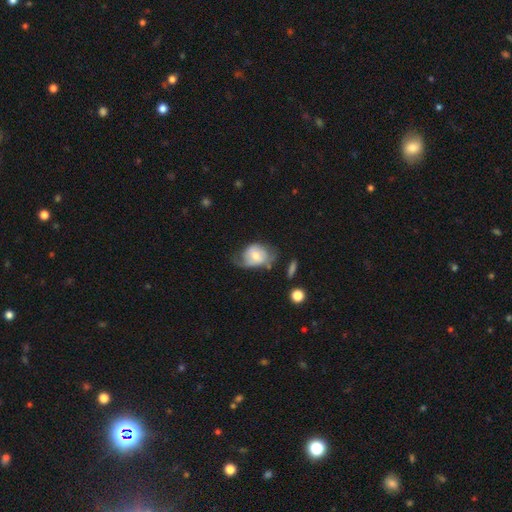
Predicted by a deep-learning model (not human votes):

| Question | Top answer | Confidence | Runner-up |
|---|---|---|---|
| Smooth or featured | smooth | 48% | featured or disk (45%) |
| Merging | minor disturbance | 33% | major disturbance (32%) |